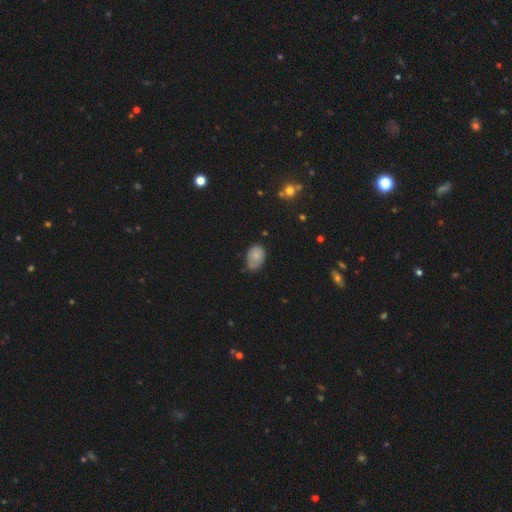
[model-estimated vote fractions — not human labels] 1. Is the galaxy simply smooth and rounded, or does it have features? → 76% smooth, 14% featured or disk, 10% star or artifact.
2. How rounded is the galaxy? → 80% in between, 19% round, 1% cigar-shaped.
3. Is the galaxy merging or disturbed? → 54% none, 34% minor disturbance, 7% major disturbance, 4% merger.